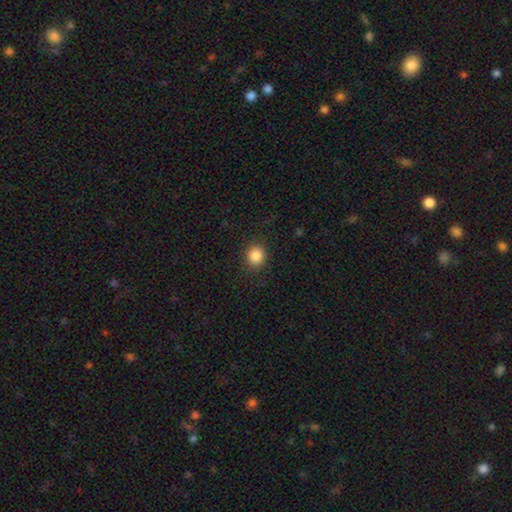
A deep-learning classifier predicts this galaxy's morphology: A smooth galaxy with no disk features (86%) that is round (84%). Merging: none (89%).